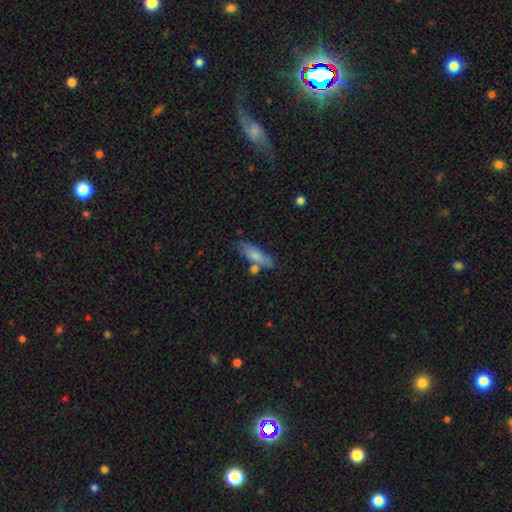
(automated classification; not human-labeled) A smooth galaxy with no disk features (74%) that is in between round and cigar-shaped (51%). Merging: none (65%).